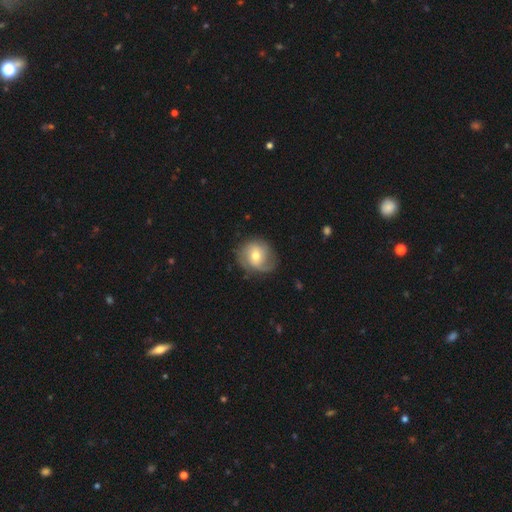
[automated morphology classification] smooth-or-featured: featured or disk: 53% | smooth: 40% | star or artifact: 7%
  disk-edge-on: no: 97% | yes: 3%
    bar: no: 57% | weak: 34% | strong: 8%
    has-spiral-arms: yes: 80% | no: 20%
    bulge-size: moderate: 64% | small: 29% | large: 5% | none: 1% | dominant: 1%
  merging: none: 67% | minor disturbance: 22% | major disturbance: 10% | merger: 1%